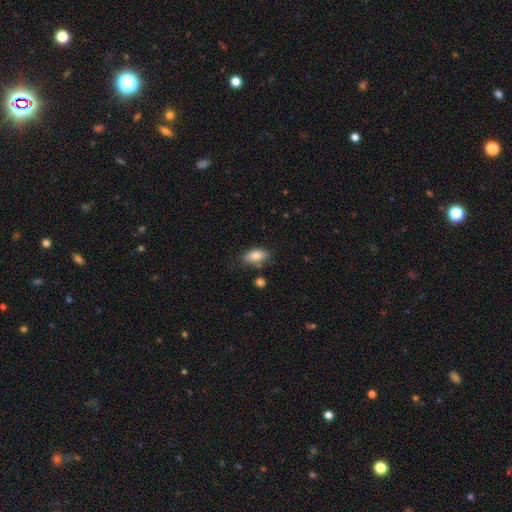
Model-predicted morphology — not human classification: Smooth or featured?
  - smooth: 83% *
  - featured or disk: 10%
  - star or artifact: 8%
How rounded?
  - in between: 91% *
  - round: 5%
  - cigar-shaped: 4%
Merging?
  - none: 69% *
  - minor disturbance: 20%
  - merger: 6%
  - major disturbance: 5%